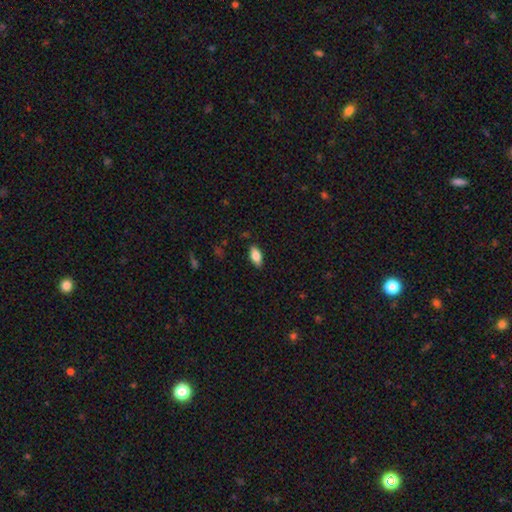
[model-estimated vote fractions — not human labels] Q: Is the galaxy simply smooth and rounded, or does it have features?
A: smooth — 80%.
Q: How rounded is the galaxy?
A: in between — 88%.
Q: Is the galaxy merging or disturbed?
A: none — 87%.